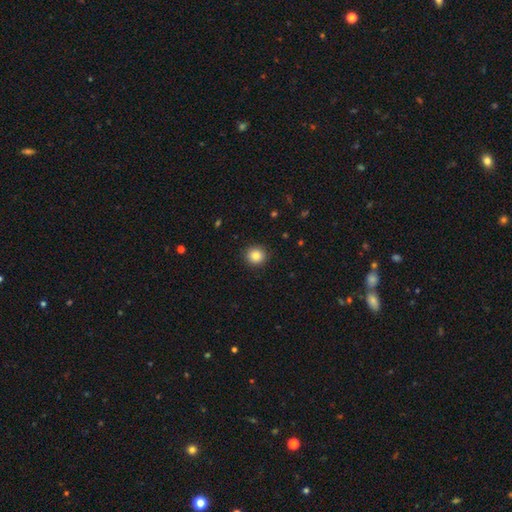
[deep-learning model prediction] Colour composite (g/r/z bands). It shows a smooth galaxy with no disk features (84%) that is round (90%). Merging: none (91%).